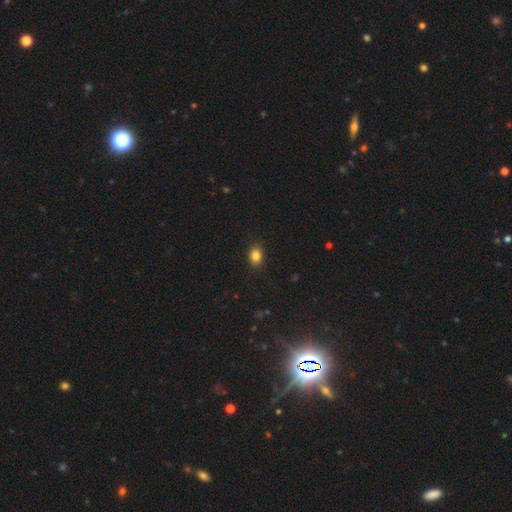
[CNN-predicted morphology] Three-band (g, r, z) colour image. It shows a smooth galaxy with no disk features (85%) that is in between round and cigar-shaped (61%). Merging: none (89%).